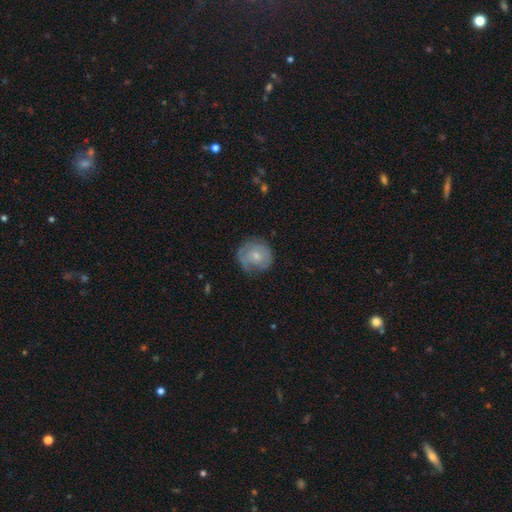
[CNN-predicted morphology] This appears to be a featured or disk galaxy (47%). Merging: none (64%).